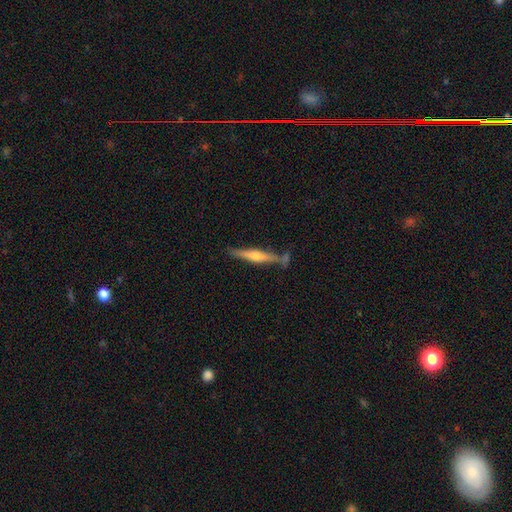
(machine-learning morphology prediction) smooth-or-featured: featured or disk: 65% | smooth: 29% | star or artifact: 6%
  disk-edge-on: yes: 96% | no: 4%
    edge-on-bulge: rounded: 83% | none: 9% | boxy: 8%
  merging: none: 73% | minor disturbance: 15% | merger: 9% | major disturbance: 4%